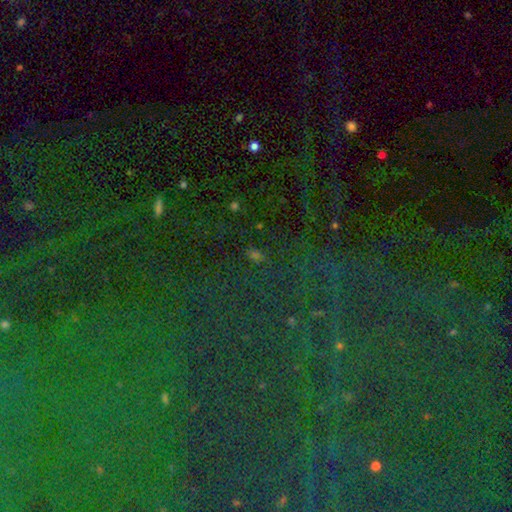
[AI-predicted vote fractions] smooth_or_featured: star or artifact (p=0.55) [alt: smooth p=0.35]